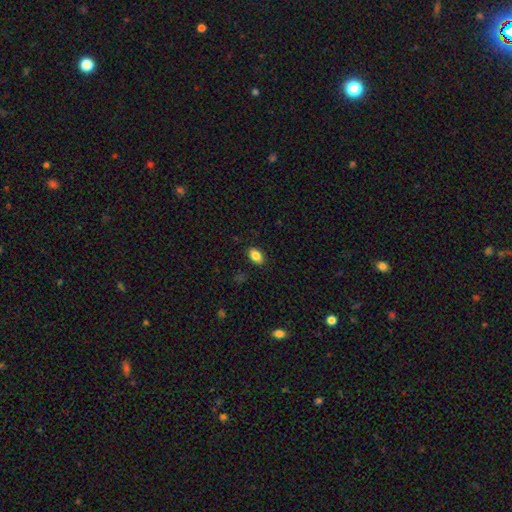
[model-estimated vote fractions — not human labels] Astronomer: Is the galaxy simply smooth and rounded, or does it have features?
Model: smooth — 86%.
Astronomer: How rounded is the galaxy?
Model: in between — 86%.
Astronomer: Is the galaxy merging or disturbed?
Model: none — 88%.